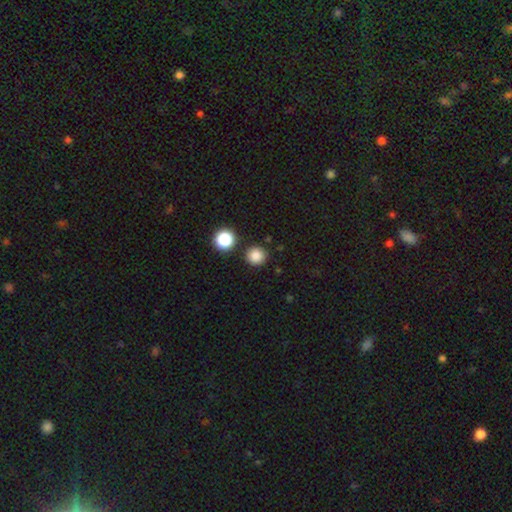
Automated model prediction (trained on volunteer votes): Smooth or featured: smooth — 84% (star or artifact — 12%)
How rounded: round — 94% (in between — 5%)
Merging: none — 87% (minor disturbance — 7%)